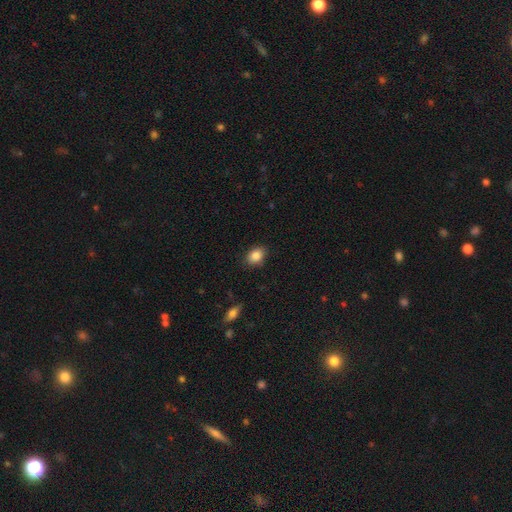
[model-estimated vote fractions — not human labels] The model was most divided on "how rounded": in between: 67%, round: 32%, cigar-shaped: 1%. More confident: merging — none (86%); smooth or featured — smooth (86%).